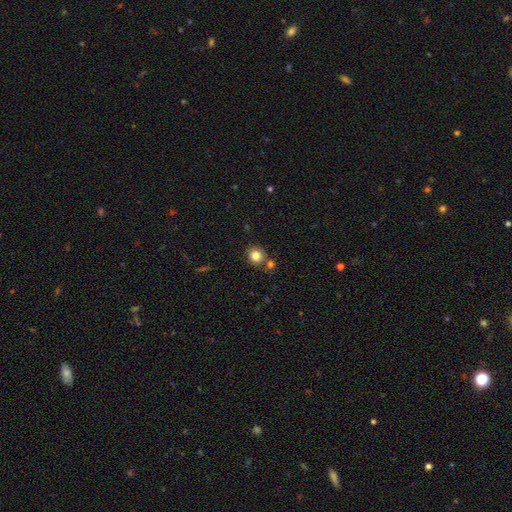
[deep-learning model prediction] Morphology: type=smooth (82%); roundness=round (84%); merging=none (76%).